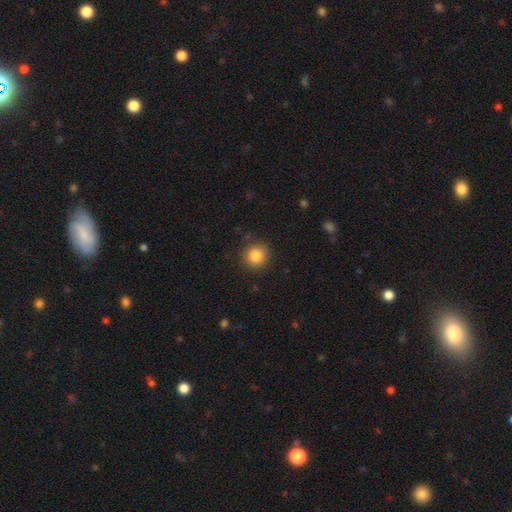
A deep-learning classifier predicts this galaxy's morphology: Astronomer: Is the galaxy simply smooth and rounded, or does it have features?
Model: smooth — 85%.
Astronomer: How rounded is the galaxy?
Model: round — 93%.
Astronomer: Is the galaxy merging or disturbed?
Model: none — 89%.